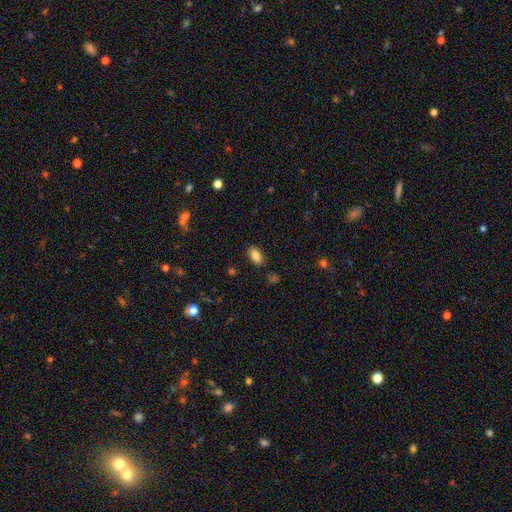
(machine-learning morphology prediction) Smooth or featured? smooth (84%)
How rounded? in between (90%)
Merging? none (85%)